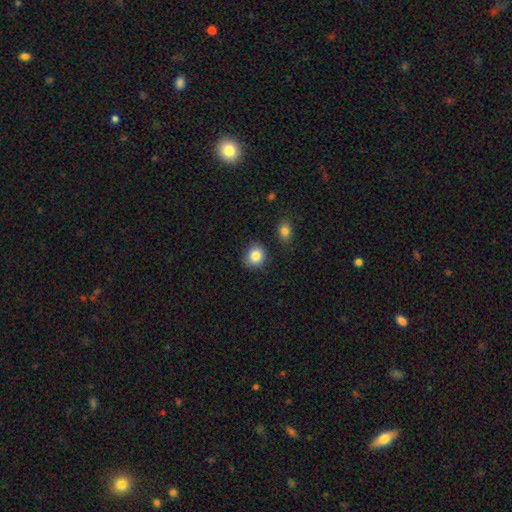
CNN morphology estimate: Smooth or featured: smooth — 85% (star or artifact — 9%)
How rounded: round — 74% (in between — 25%)
Merging: none — 82% (minor disturbance — 13%)